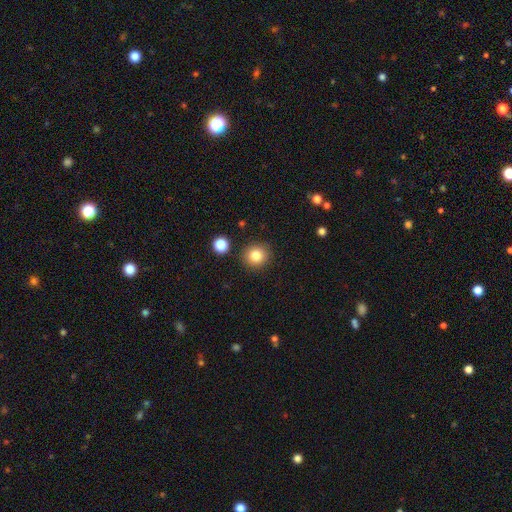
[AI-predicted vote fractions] Smooth or featured? Predicted: smooth (p=0.84). How rounded? Predicted: round (p=0.90). Merging? Predicted: none (p=0.88).